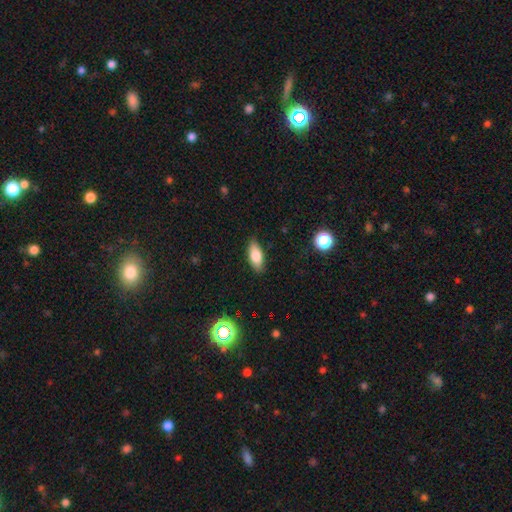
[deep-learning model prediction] Q: Smooth or featured?
A: smooth (78%); runner-up: featured or disk (14%)
Q: How rounded?
A: in between (81%); runner-up: cigar-shaped (17%)
Q: Merging?
A: none (86%); runner-up: minor disturbance (10%)